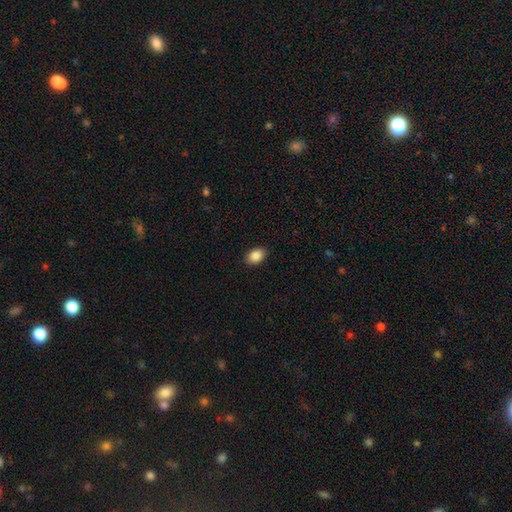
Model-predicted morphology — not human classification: Smooth or featured? smooth (89%)
How rounded? in between (83%)
Merging? none (89%)